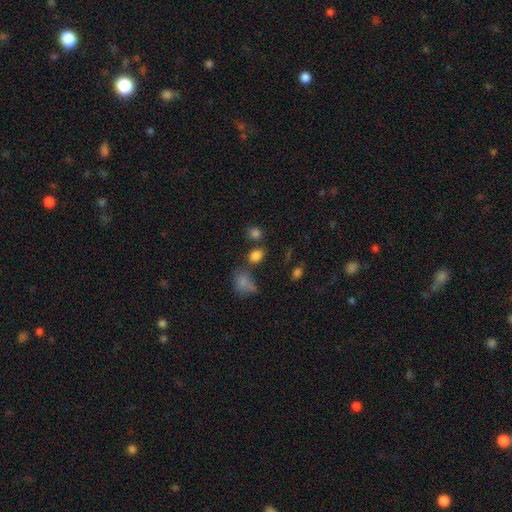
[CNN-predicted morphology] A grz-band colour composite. It shows a smooth galaxy with no disk features (81%) that is round (49%, tied with in between). Merging: none (68%).